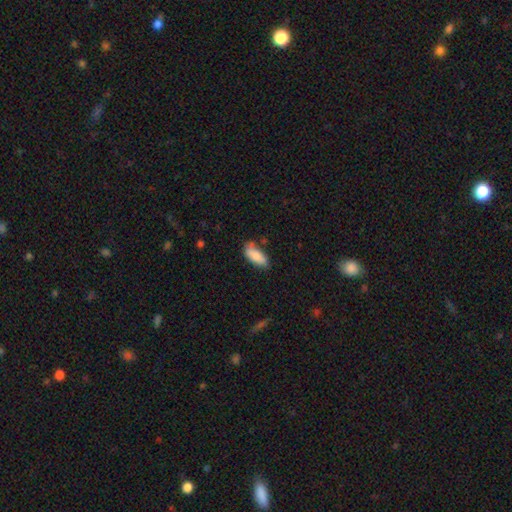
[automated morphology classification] type=smooth (81%); roundness=in between (81%); merging=none (61%).